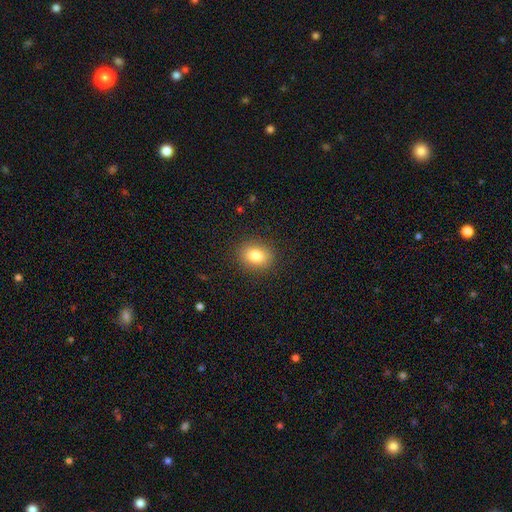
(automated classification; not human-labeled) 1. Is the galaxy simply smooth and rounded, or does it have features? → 82% smooth, 10% star or artifact, 8% featured or disk.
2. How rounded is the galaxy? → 50% round, 49% in between, 1% cigar-shaped.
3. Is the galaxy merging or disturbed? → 89% none, 8% minor disturbance, 3% major disturbance, 1% merger.